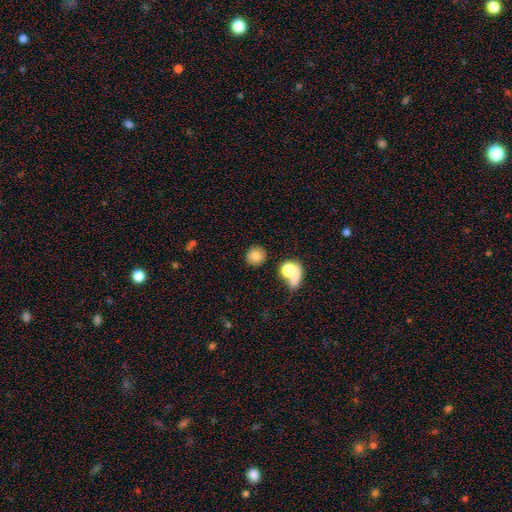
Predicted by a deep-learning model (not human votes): Smooth or featured?
  - smooth: 77% *
  - featured or disk: 12%
  - star or artifact: 12%
How rounded?
  - round: 89% *
  - in between: 9%
  - cigar-shaped: 1%
Merging?
  - none: 83% *
  - minor disturbance: 8%
  - merger: 5%
  - major disturbance: 4%